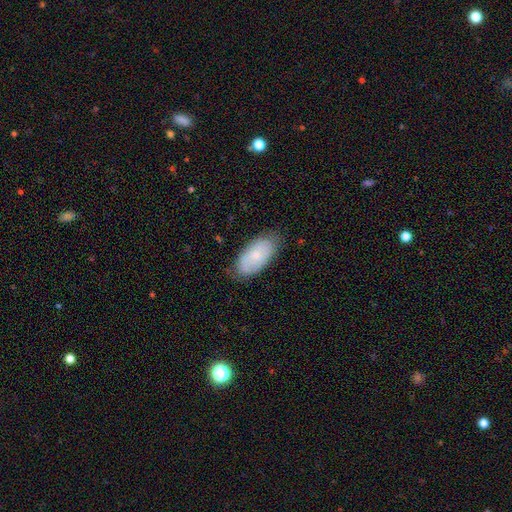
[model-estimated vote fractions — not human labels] smooth 68%, featured or disk 26%, star or artifact 6%. Down the decision tree: how rounded — in between (93%); merging — none (77%).